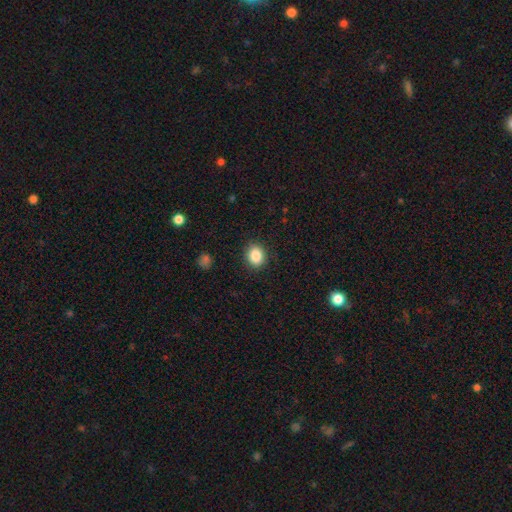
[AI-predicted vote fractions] A smooth galaxy with no disk features (86%) that is round (56%).

Vote fractions:
- Smooth or featured? smooth: 86% / star or artifact: 9% / featured or disk: 5%
- How rounded? round: 56% / in between: 43% / cigar-shaped: 1%
- Merging? none: 89% / minor disturbance: 8% / major disturbance: 2% / merger: 1%